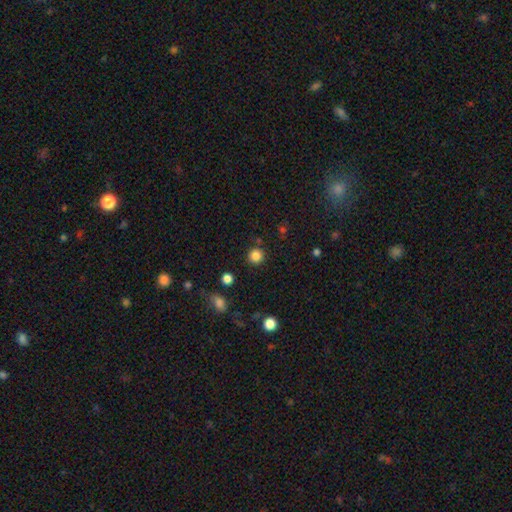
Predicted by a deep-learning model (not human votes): smooth-or-featured: smooth: 84% | star or artifact: 12% | featured or disk: 4%
  how-rounded: round: 94% | in between: 5% | cigar-shaped: 1%
  merging: none: 89% | minor disturbance: 6% | merger: 3% | major disturbance: 2%